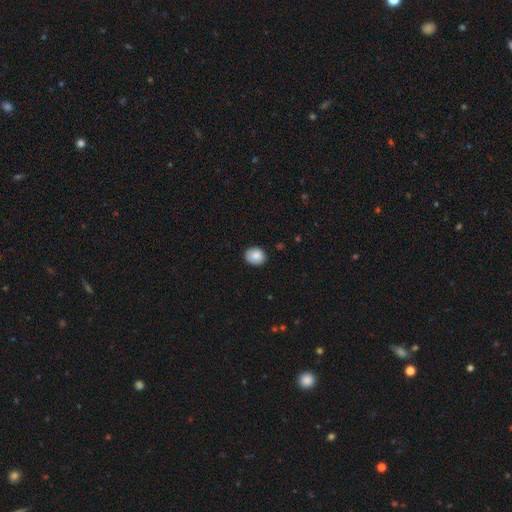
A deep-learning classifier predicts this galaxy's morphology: smooth-or-featured: smooth: 86% | star or artifact: 8% | featured or disk: 6%
  how-rounded: round: 59% | in between: 41% | cigar-shaped: 1%
  merging: none: 84% | minor disturbance: 13% | major disturbance: 2% | merger: 1%